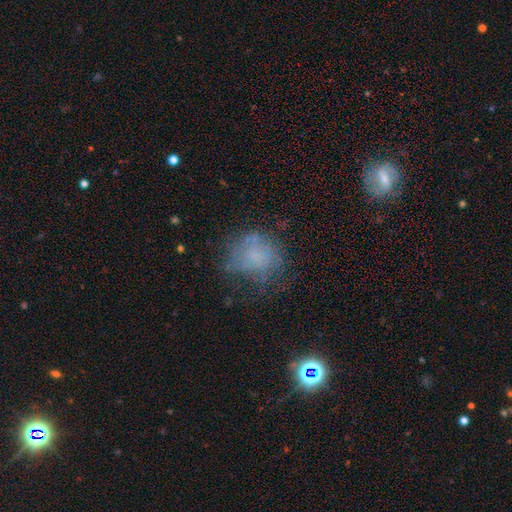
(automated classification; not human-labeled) Overall: smooth (55%; featured or disk 28%). How rounded: round (70%). Merging: none (51%; minor disturbance 25%).